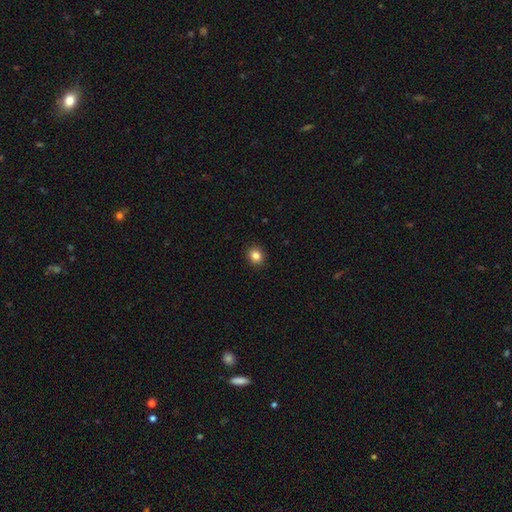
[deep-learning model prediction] A smooth galaxy with no disk features (84%) that is round (79%).

Vote fractions:
- Smooth or featured? smooth: 84% / star or artifact: 11% / featured or disk: 5%
- How rounded? round: 79% / in between: 20% / cigar-shaped: 1%
- Merging? none: 92% / minor disturbance: 5% / major disturbance: 2% / merger: 1%